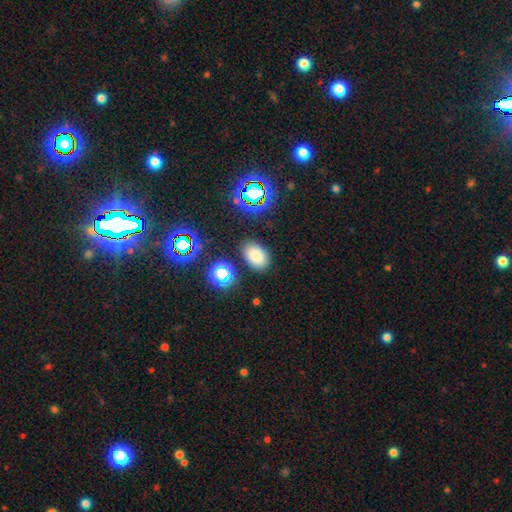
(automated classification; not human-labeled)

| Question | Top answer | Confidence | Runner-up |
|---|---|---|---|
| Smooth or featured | smooth | 75% | star or artifact (18%) |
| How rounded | in between | 86% | round (13%) |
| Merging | none | 84% | minor disturbance (10%) |